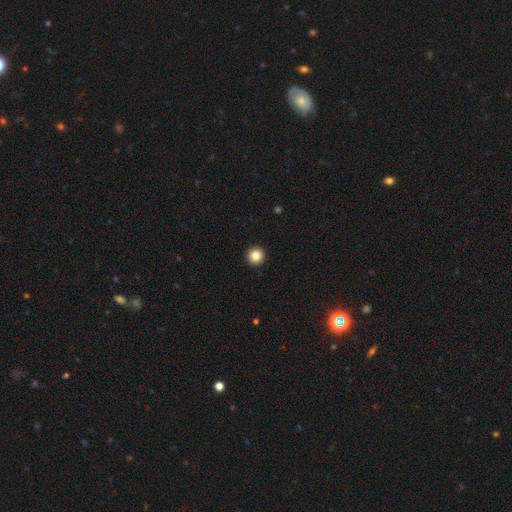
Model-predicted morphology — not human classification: This appears to be a smooth galaxy with no disk features (86%) that is round (96%). Merging: none (94%).